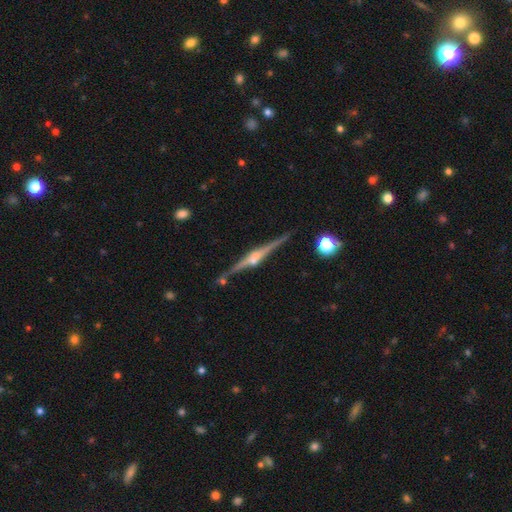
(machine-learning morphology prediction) Smooth or featured: featured or disk — 87% (smooth — 7%)
Edge-on disk: yes — 98% (no — 2%)
Edge-on bulge: rounded — 84% (boxy — 11%)
Merging: none — 88% (minor disturbance — 8%)